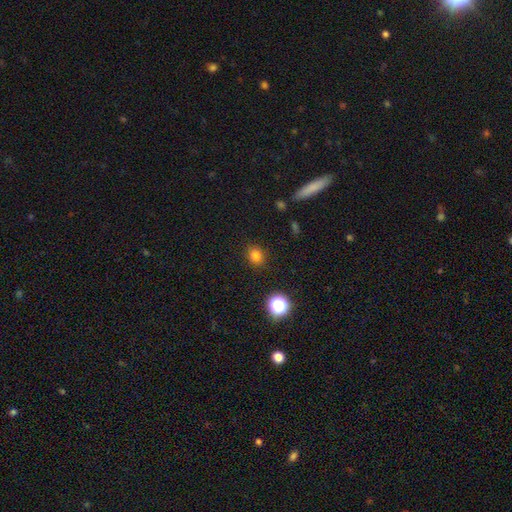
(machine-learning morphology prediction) Smooth or featured? Predicted: smooth (p=0.79). How rounded? Predicted: round (p=0.73). Merging? Predicted: none (p=0.87).